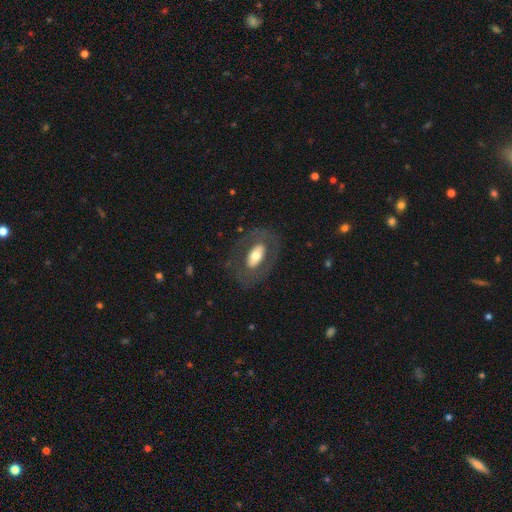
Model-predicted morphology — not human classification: Q: Smooth or featured?
A: smooth (49%); runner-up: featured or disk (45%)
Q: Merging?
A: none (75%); runner-up: minor disturbance (13%)